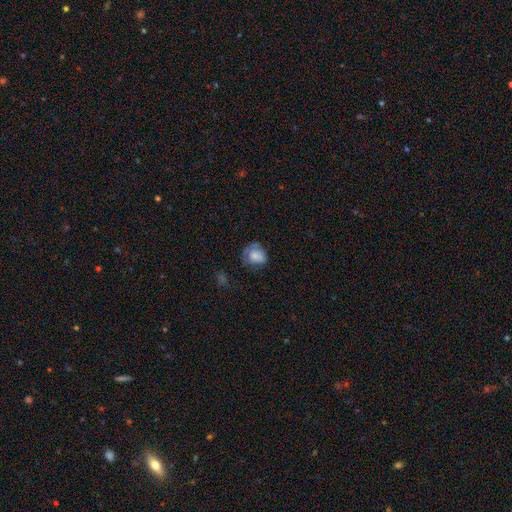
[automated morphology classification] smooth_or_featured: smooth (p=0.69) [alt: featured or disk p=0.22]
how_rounded: round (p=0.56) [alt: in between p=0.43]
merging: none (p=0.44) [alt: minor disturbance p=0.30]